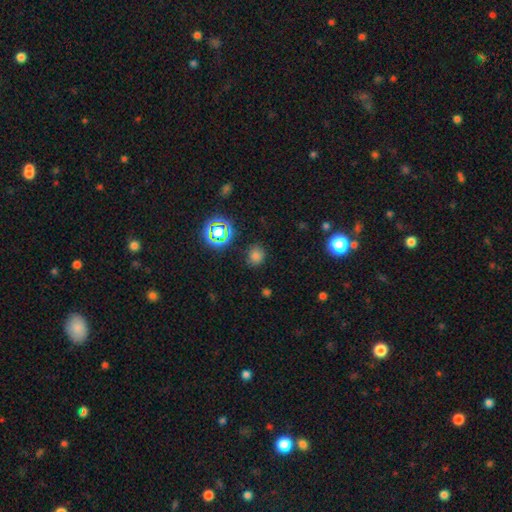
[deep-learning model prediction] Smooth or featured?
  - smooth: 71% *
  - star or artifact: 23%
  - featured or disk: 6%
How rounded?
  - round: 76% *
  - in between: 23%
  - cigar-shaped: 1%
Merging?
  - none: 83% *
  - minor disturbance: 11%
  - major disturbance: 3%
  - merger: 2%